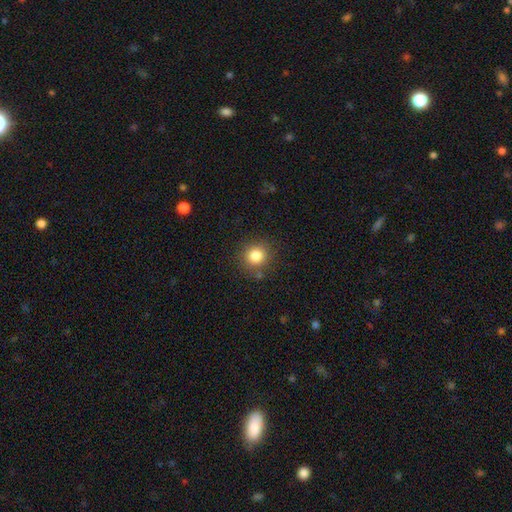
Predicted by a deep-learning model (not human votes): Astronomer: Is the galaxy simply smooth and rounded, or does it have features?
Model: smooth — 82%.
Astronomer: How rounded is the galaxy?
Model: round — 88%.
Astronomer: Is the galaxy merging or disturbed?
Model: none — 84%.